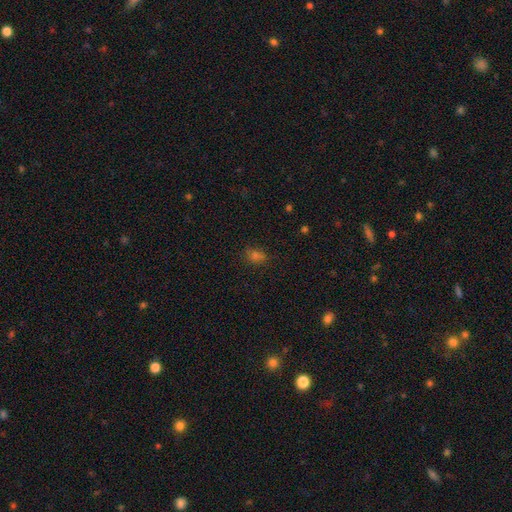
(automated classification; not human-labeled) Morphology: type=smooth (70%); roundness=in between (63%); merging=none (80%).